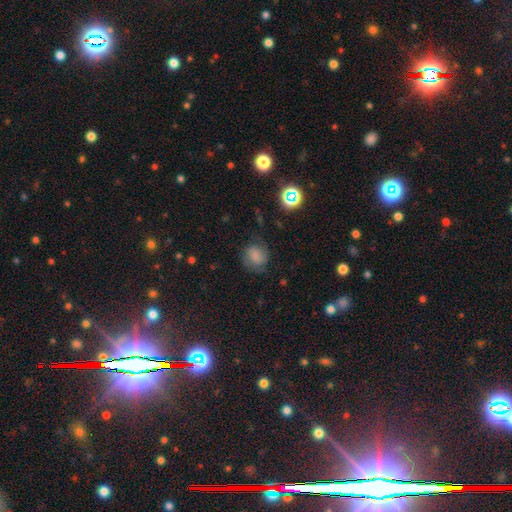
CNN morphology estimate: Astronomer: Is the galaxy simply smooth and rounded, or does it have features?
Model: smooth — 59%.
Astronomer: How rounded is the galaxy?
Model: round — 78%.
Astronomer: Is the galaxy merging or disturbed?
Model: none — 69%.